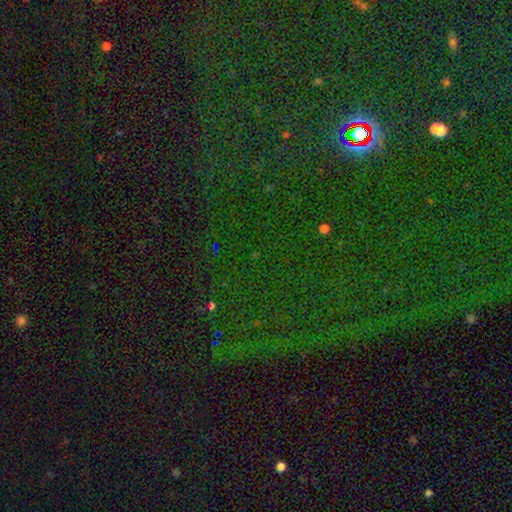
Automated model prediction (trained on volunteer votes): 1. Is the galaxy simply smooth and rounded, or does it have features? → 81% star or artifact, 11% smooth, 8% featured or disk.